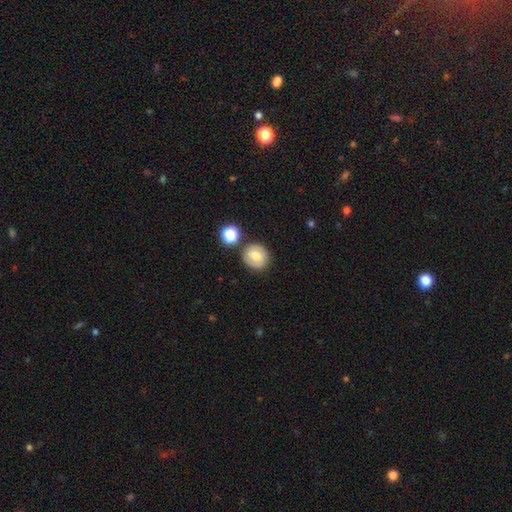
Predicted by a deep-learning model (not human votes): smooth-or-featured: smooth: 69% | featured or disk: 21% | star or artifact: 10%
  how-rounded: round: 84% | in between: 15% | cigar-shaped: 1%
  merging: none: 78% | minor disturbance: 10% | merger: 8% | major disturbance: 3%